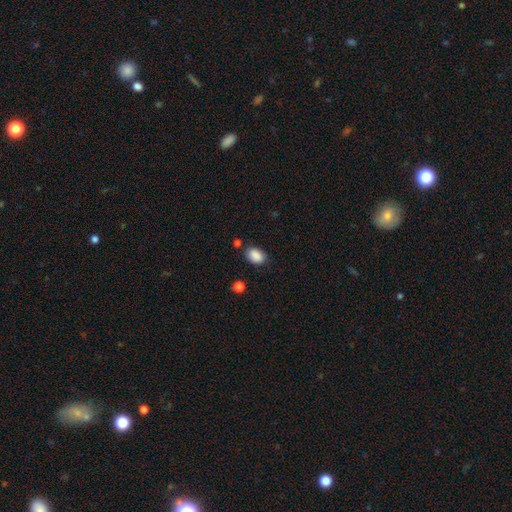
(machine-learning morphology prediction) Smooth or featured? Predicted: smooth (p=0.88). How rounded? Predicted: in between (p=0.78). Merging? Predicted: none (p=0.77).